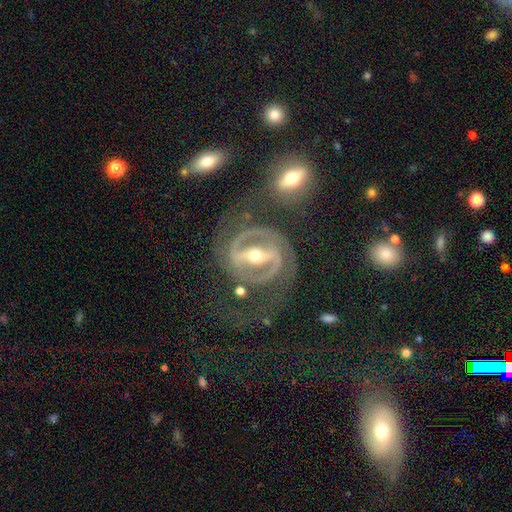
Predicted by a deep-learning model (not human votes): Smooth or featured?
  - featured or disk: 90% *
  - smooth: 5%
  - star or artifact: 5%
Edge-on disk?
  - no: 95% *
  - yes: 5%
Bar?
  - strong: 83% *
  - weak: 12%
  - no: 5%
Spiral arms?
  - yes: 89% *
  - no: 11%
Spiral winding?
  - tight: 45% *
  - medium: 43%
  - loose: 12%
Spiral arm count?
  - 2: 89% *
  - can't tell: 4%
  - 1: 3%
  - 3: 2%
  - 4: 1%
  - more than 4: 1%
Bulge size?
  - moderate: 63% *
  - small: 32%
  - large: 3%
  - dominant: 1%
  - none: 1%
Merging?
  - none: 66% *
  - minor disturbance: 15%
  - major disturbance: 13%
  - merger: 6%